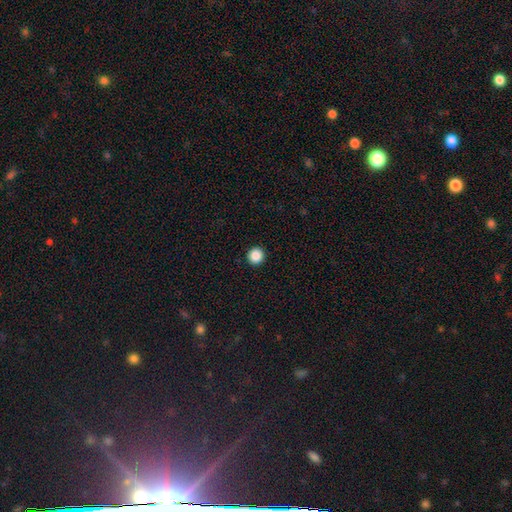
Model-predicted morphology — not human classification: smooth_or_featured: smooth (p=0.87) [alt: star or artifact p=0.10]
how_rounded: round (p=0.95) [alt: in between p=0.04]
merging: none (p=0.94) [alt: minor disturbance p=0.04]